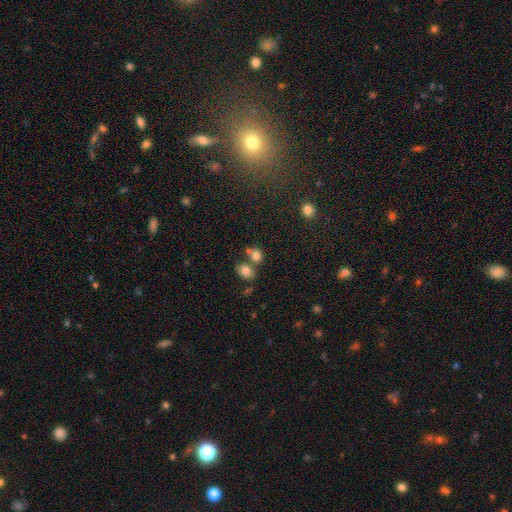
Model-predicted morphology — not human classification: Smooth or featured: smooth — 79% (star or artifact — 12%)
How rounded: round — 58% (in between — 41%)
Merging: none — 52% (merger — 34%)